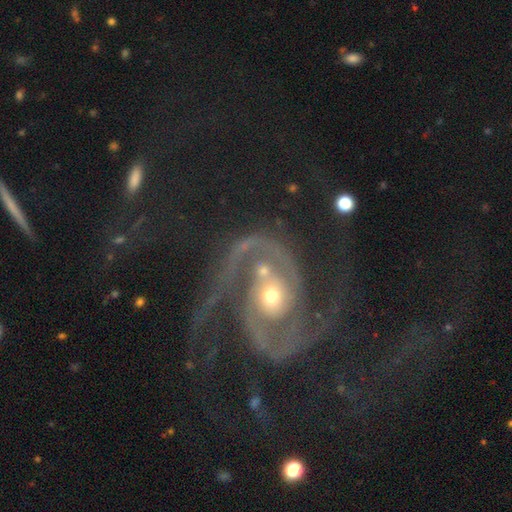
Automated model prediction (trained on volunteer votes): This appears to be a featured or disk galaxy (91%) with no bar (56%), 2 (88%) medium (56%) spiral arms (98%) and a moderate central bulge (55%). Merging: none (58%).